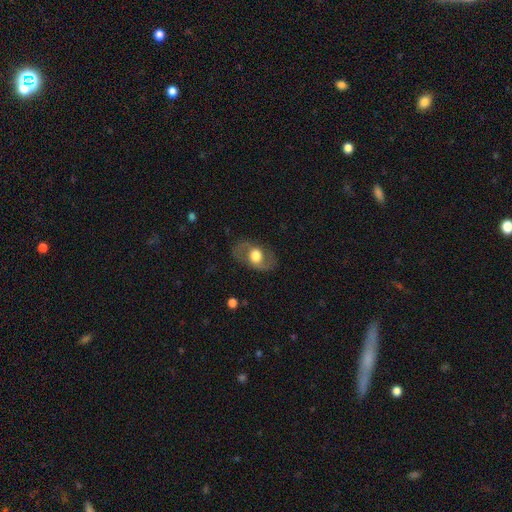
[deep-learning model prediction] Smooth or featured: featured or disk — 52% (smooth — 41%)
Edge-on disk: no — 90% (yes — 10%)
Merging: none — 77% (minor disturbance — 14%)